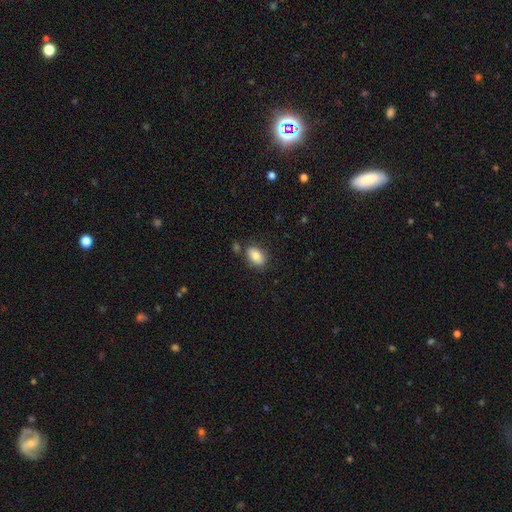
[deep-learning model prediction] smooth 82%, featured or disk 11%, star or artifact 8%. Down the decision tree: how rounded — in between (87%); merging — none (76%).